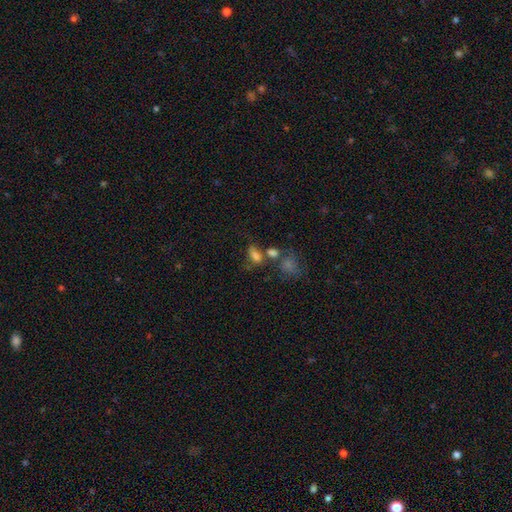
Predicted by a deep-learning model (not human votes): The model was most divided on "merging": none: 37%, merger: 34%, minor disturbance: 17%, major disturbance: 13%. More confident: how rounded — in between (80%); smooth or featured — smooth (75%).